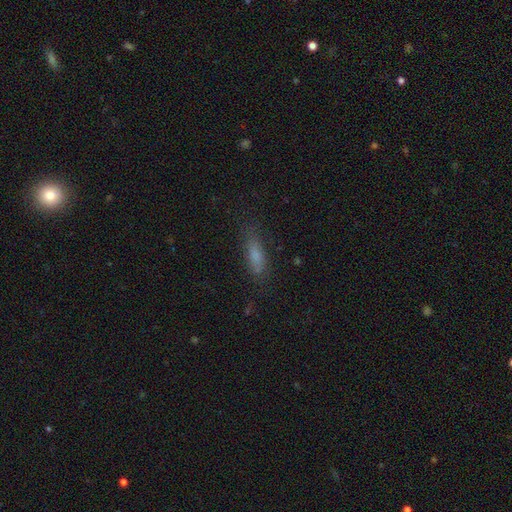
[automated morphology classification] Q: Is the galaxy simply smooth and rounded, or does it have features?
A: smooth — 70%.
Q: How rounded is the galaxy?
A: cigar-shaped — 51%.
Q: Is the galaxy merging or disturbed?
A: none — 74%.